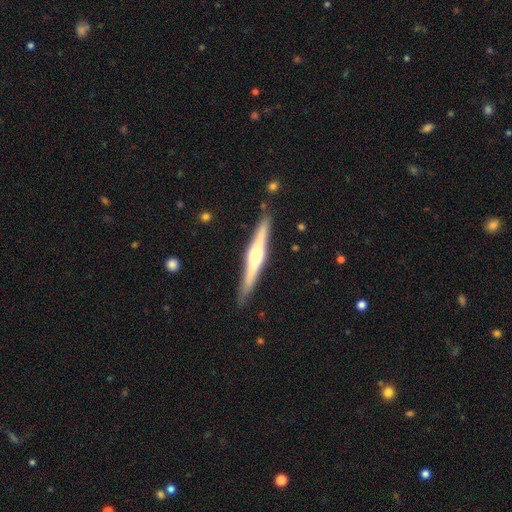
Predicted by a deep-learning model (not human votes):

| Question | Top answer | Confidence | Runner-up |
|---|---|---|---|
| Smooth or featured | featured or disk | 72% | smooth (23%) |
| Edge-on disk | yes | 98% | no (2%) |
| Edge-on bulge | rounded | 81% | boxy (13%) |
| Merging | none | 88% | minor disturbance (9%) |